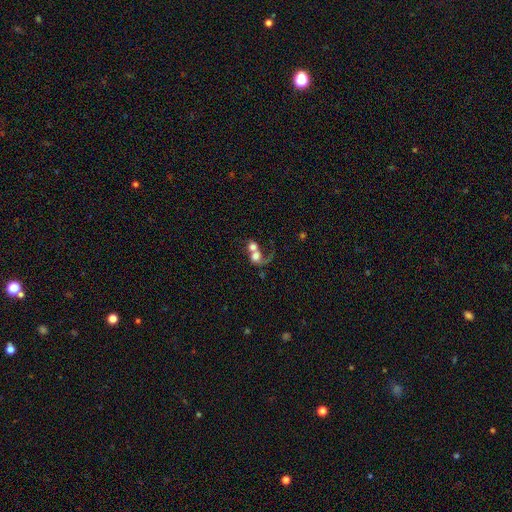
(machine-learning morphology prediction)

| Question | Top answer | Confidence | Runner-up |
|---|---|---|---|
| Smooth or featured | smooth | 48% | featured or disk (41%) |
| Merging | merger | 69% | major disturbance (14%) |